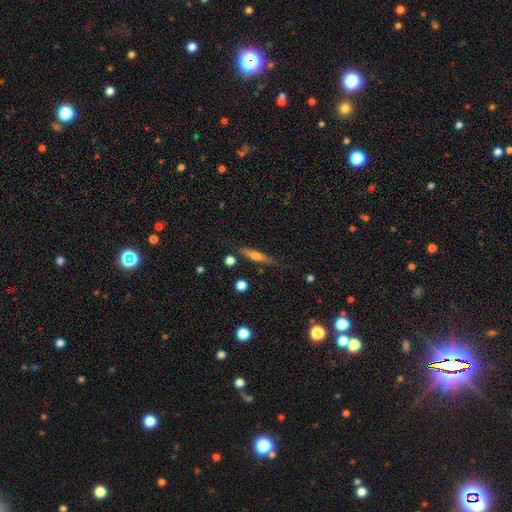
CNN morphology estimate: smooth-or-featured: smooth: 51% | featured or disk: 42% | star or artifact: 8%
  how-rounded: cigar-shaped: 82% | in between: 15% | round: 3%
  merging: none: 80% | minor disturbance: 14% | major disturbance: 3% | merger: 3%